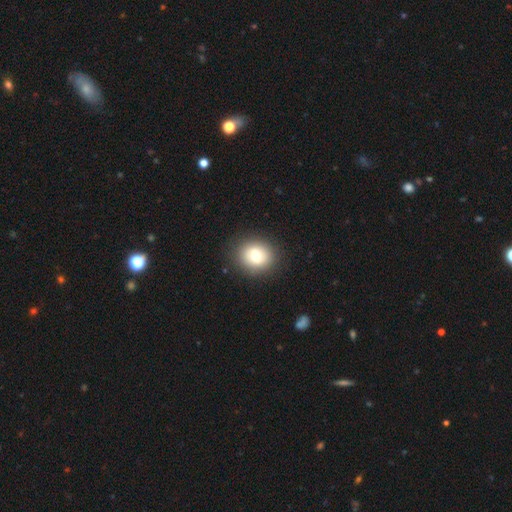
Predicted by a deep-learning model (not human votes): Smooth or featured? smooth (72%)
How rounded? round (69%)
Merging? none (88%)